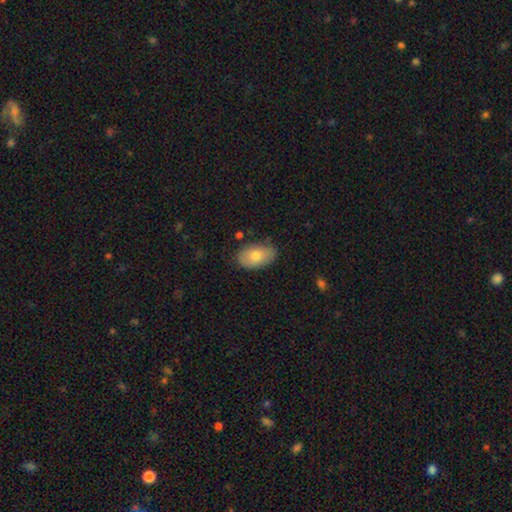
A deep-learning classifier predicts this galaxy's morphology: A smooth galaxy with no disk features (77%) that is in between round and cigar-shaped (92%). Merging: none (81%).